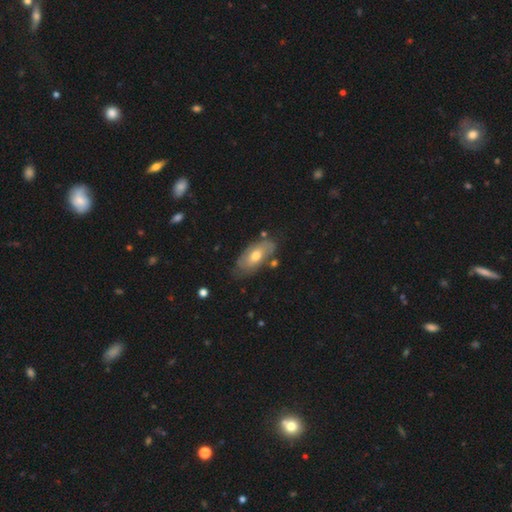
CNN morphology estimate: A smooth galaxy with no disk features (49%). Merging: none (67%).